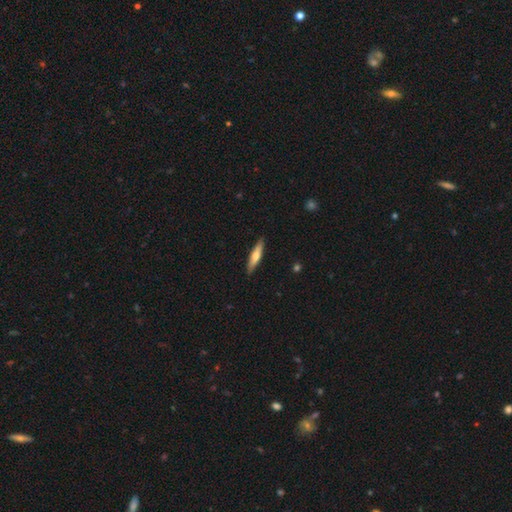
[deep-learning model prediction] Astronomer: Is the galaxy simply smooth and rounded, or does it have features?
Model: smooth — 53% (runner-up: featured or disk, 42%).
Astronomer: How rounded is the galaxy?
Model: cigar-shaped — 84%.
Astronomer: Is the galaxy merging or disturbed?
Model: none — 89%.